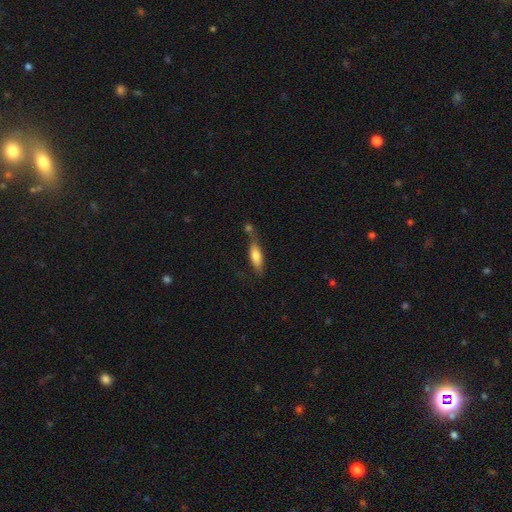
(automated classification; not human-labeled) This is likely a smooth galaxy (71%). How rounded: possibly in between (54%). Merging: possibly none (45%).